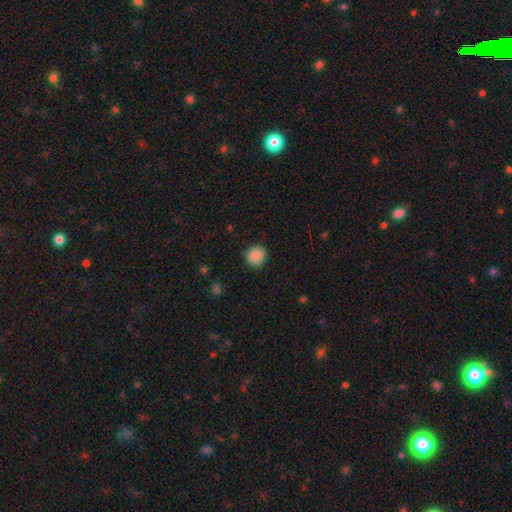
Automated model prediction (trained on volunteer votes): Overall: smooth (88%). How rounded: round (90%). Merging: none (88%).